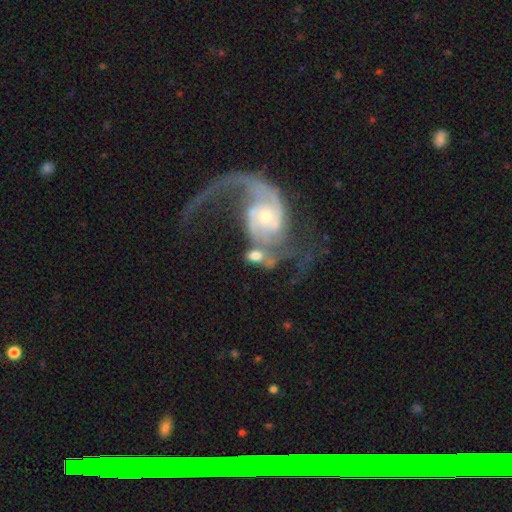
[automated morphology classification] A featured or disk galaxy (58%) with no bar (59%), spiral arms (86%) and a small central bulge (49%).

Vote fractions:
- Smooth or featured? featured or disk: 58% / smooth: 33% / star or artifact: 9%
- Edge-on disk? no: 94% / yes: 6%
- Bar? no: 59% / weak: 31% / strong: 10%
- Spiral arms? yes: 86% / no: 14%
- Bulge size? small: 49% / moderate: 37% / large: 8% / none: 4% / dominant: 2%
- Merging? merger: 36% / none: 34% / minor disturbance: 16% / major disturbance: 14%